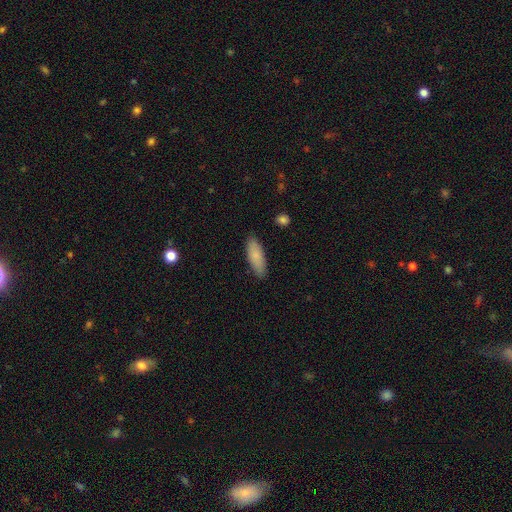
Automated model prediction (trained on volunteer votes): The model was most divided on "how rounded": in between: 64%, cigar-shaped: 35%, round: 2%. More confident: merging — none (85%); smooth or featured — smooth (84%).